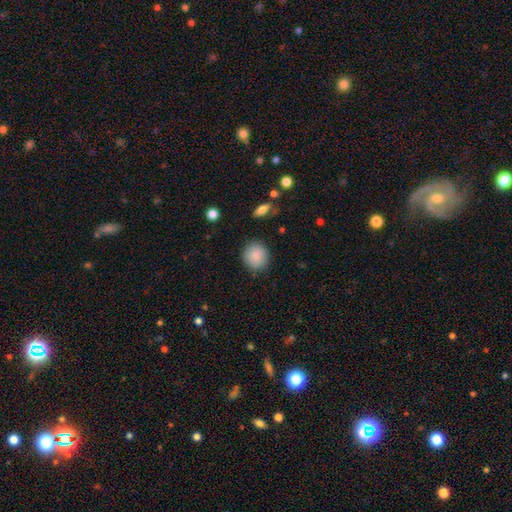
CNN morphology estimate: This is clearly a smooth galaxy (87%). How rounded: clearly round (87%). Merging: clearly none (88%).